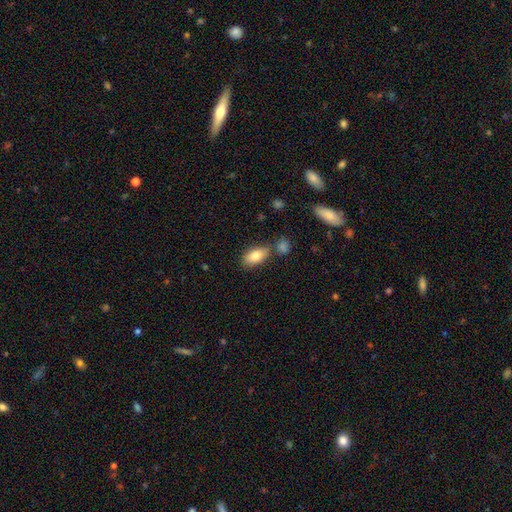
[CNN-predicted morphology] Overall: smooth (82%). How rounded: in between (90%). Merging: none (71%).